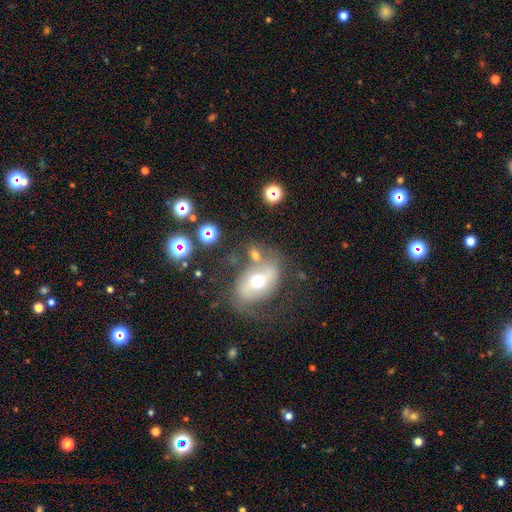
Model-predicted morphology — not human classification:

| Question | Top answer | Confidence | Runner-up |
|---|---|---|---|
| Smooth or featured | featured or disk | 56% | smooth (33%) |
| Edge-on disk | no | 92% | yes (8%) |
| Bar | no | 35% | strong (33%) |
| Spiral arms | yes | 58% | no (42%) |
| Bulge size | moderate | 73% | small (15%) |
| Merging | none | 55% | minor disturbance (20%) |